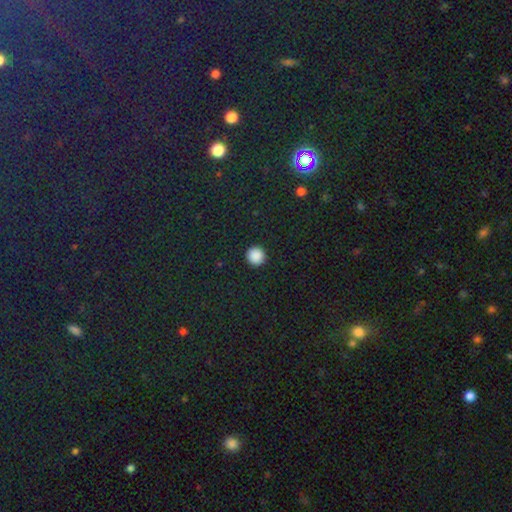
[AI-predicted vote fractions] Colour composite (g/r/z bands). It shows a smooth galaxy with no disk features (88%) that is round (95%). Merging: none (93%).